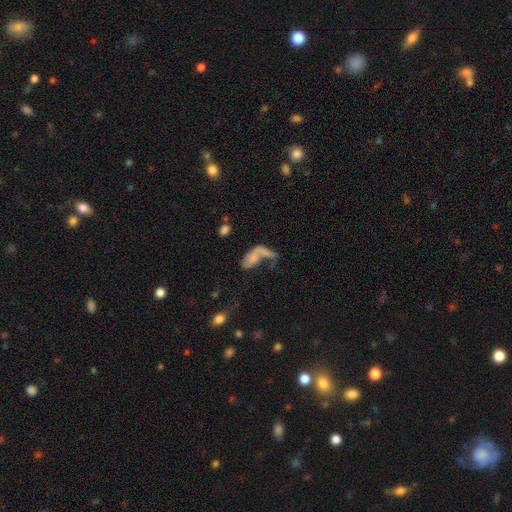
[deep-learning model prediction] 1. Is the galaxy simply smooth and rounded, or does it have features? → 45% smooth, 40% featured or disk, 15% star or artifact.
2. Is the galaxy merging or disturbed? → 32% merger (tied), 32% major disturbance (tied), 23% none, 12% minor disturbance.